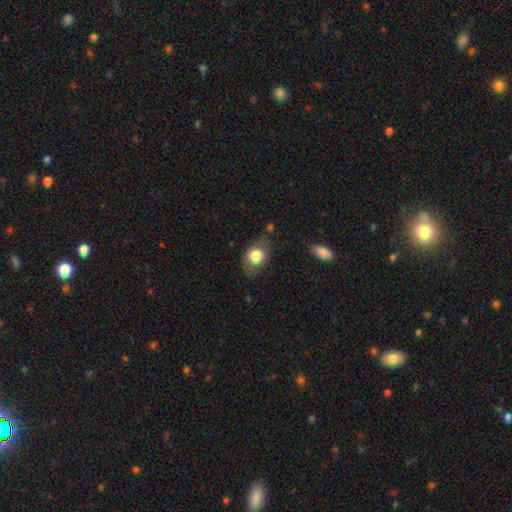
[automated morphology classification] smooth 77%, featured or disk 15%, star or artifact 8%. Down the decision tree: how rounded — in between (62%); merging — none (65%).